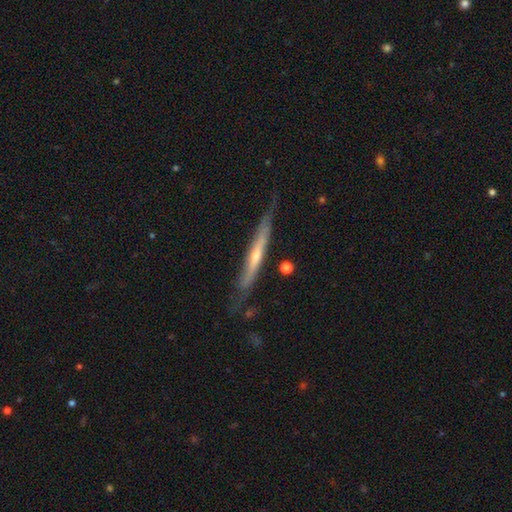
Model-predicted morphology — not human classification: smooth-or-featured: featured or disk: 67% | smooth: 27% | star or artifact: 5%
  disk-edge-on: yes: 91% | no: 9%
    edge-on-bulge: rounded: 60% | none: 36% | boxy: 4%
  merging: none: 71% | minor disturbance: 22% | major disturbance: 5% | merger: 2%